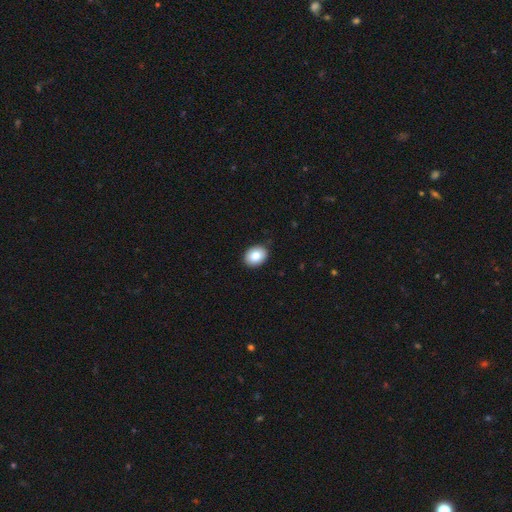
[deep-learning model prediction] Smooth or featured? Predicted: smooth (p=0.86). How rounded? Predicted: in between (p=0.67). Merging? Predicted: none (p=0.89).